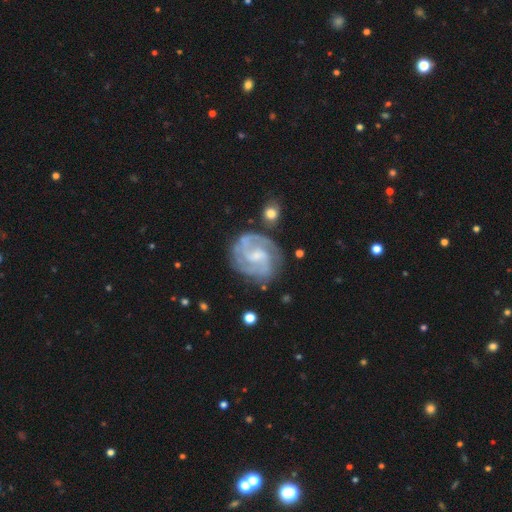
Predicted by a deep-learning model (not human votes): This is clearly a featured or disk galaxy (88%). It is clearly not viewed edge-on (98%). Bar: possibly weak (52%). Spiral arm pattern: clearly yes (97%). Spiral arm count: possibly 2 (54%). Spiral winding: possibly tight (49%). Central bulge: possibly small (50%). Merging: likely none (73%).